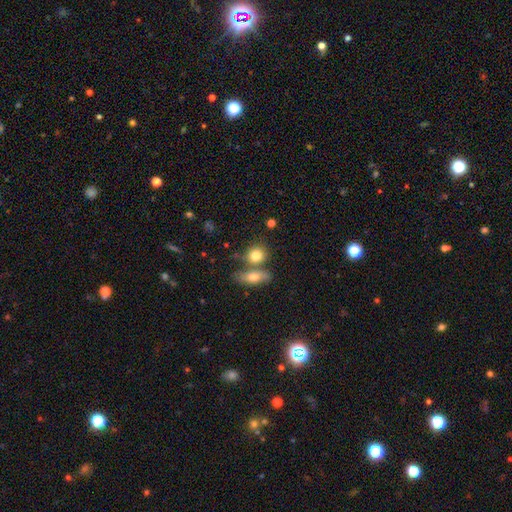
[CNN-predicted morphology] Smooth or featured? smooth (80%)
How rounded? round (62%)
Merging? none (54%)